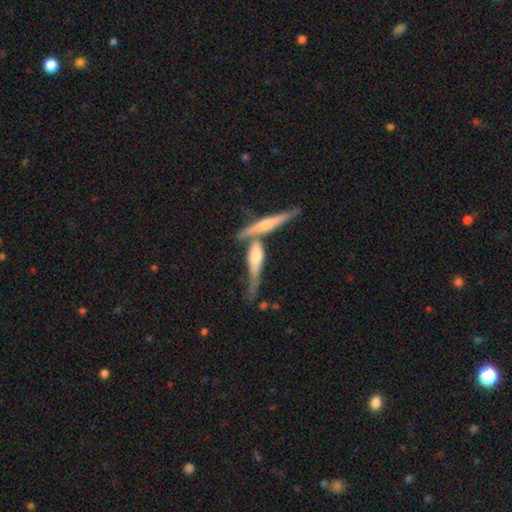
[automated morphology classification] Q: Smooth or featured?
A: featured or disk (69%); runner-up: smooth (23%)
Q: Edge-on disk?
A: yes (91%); runner-up: no (9%)
Q: Edge-on bulge?
A: rounded (75%); runner-up: boxy (15%)
Q: Merging?
A: none (48%); runner-up: merger (34%)